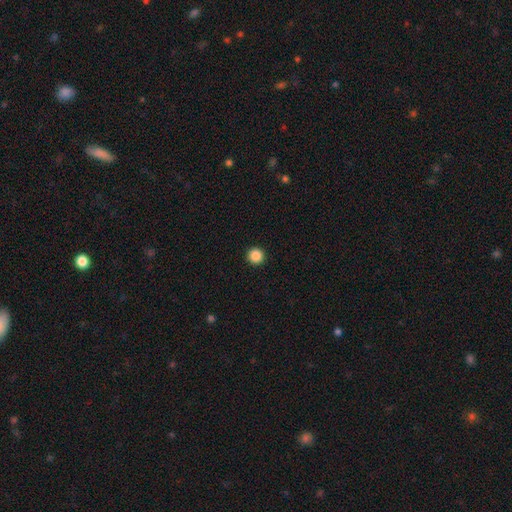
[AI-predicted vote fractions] smooth 88%, star or artifact 10%, featured or disk 3%. Down the decision tree: how rounded — round (96%); merging — none (94%).